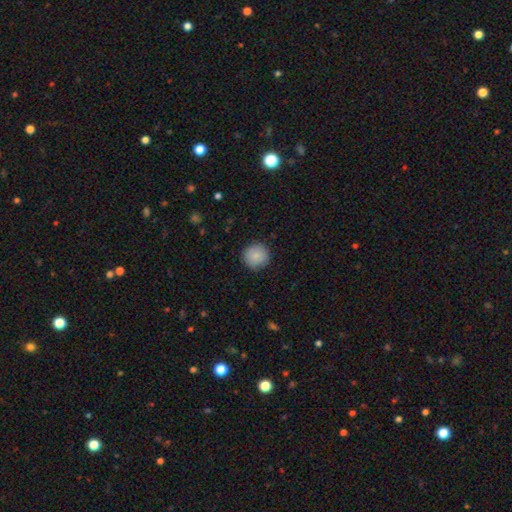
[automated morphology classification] A smooth galaxy with no disk features (87%) that is round (94%). Merging: none (87%).